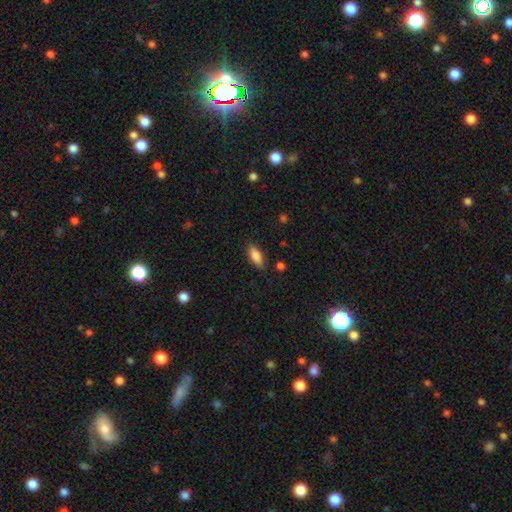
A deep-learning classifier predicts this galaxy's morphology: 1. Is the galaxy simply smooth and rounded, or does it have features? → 84% smooth, 9% featured or disk, 7% star or artifact.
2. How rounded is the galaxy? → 75% in between, 22% cigar-shaped, 2% round.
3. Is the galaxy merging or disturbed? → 83% none, 12% minor disturbance, 3% major disturbance, 2% merger.